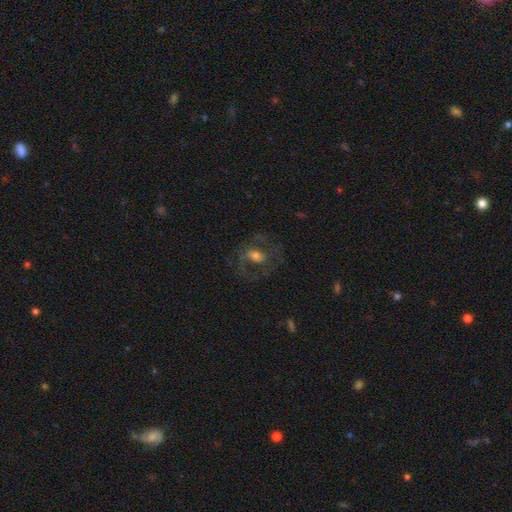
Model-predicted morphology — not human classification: type=featured or disk (62%); edge-on=no (96%); bar=no (42%); spiral arms=yes (72%); bulge=moderate (54%); merging=none (58%).